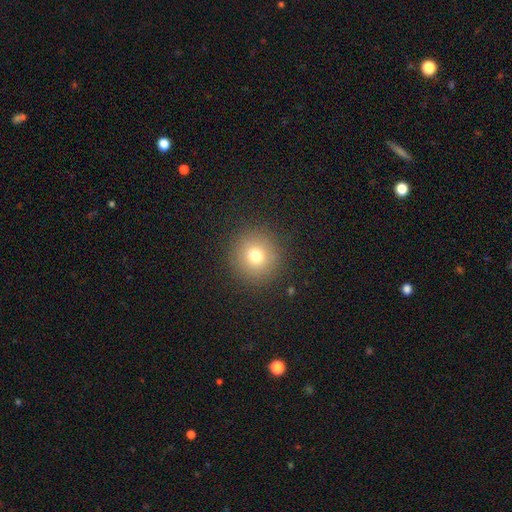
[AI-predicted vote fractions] A smooth galaxy with no disk features (74%) that is round (95%).

Vote fractions:
- Smooth or featured? smooth: 74% / star or artifact: 15% / featured or disk: 11%
- How rounded? round: 95% / in between: 4% / cigar-shaped: 1%
- Merging? none: 90% / minor disturbance: 6% / major disturbance: 3% / merger: 1%